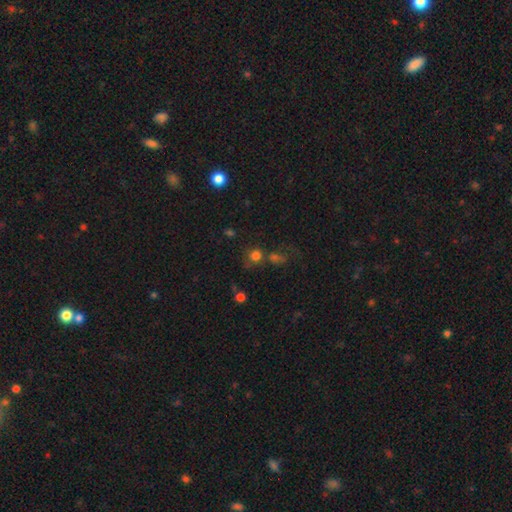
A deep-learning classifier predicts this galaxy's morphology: This is likely a smooth galaxy (72%). How rounded: clearly round (85%). Merging: possibly none (57%).